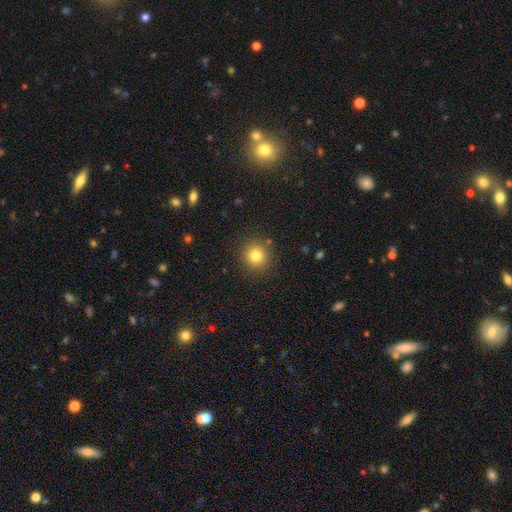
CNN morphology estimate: smooth_or_featured: smooth (p=0.80) [alt: star or artifact p=0.12]
how_rounded: round (p=0.92) [alt: in between p=0.08]
merging: none (p=0.88) [alt: minor disturbance p=0.07]